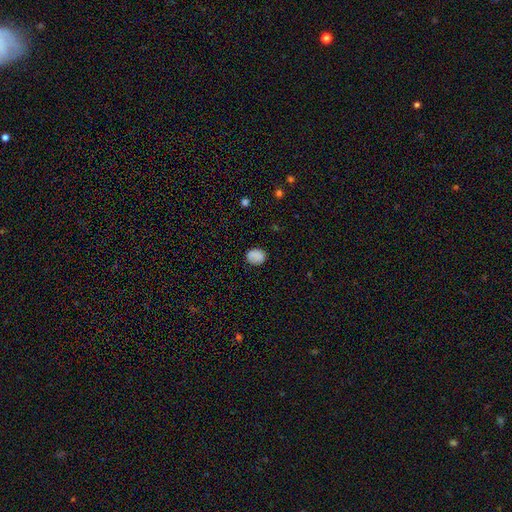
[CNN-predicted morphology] Overall: smooth (85%). How rounded: round (52%; in between 47%). Merging: none (82%).